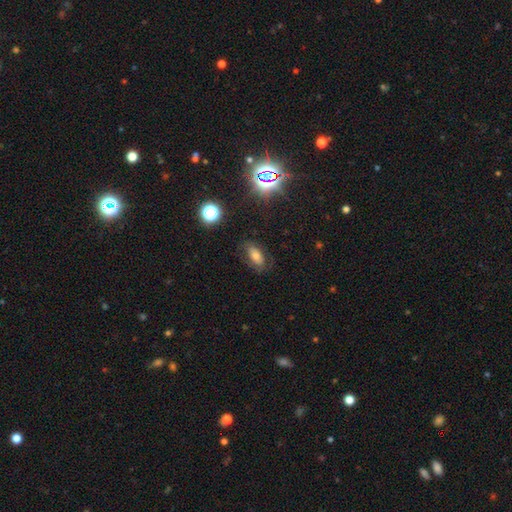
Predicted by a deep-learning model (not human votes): Smooth or featured: smooth — 55% (featured or disk — 27%)
How rounded: in between — 87% (round — 7%)
Merging: none — 73% (minor disturbance — 17%)